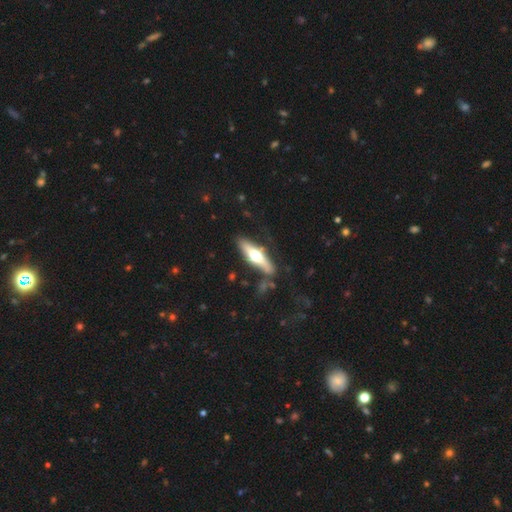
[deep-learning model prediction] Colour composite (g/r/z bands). It shows a featured or disk galaxy (57%) viewed edge-on (90%) with a rounded central bulge (94%). Merging: none (78%).